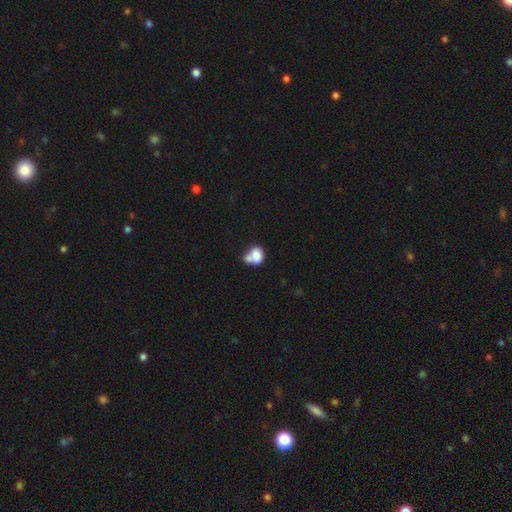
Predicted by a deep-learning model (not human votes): A smooth galaxy with no disk features (76%) that is in between round and cigar-shaped (64%). Merging: merger (56%).